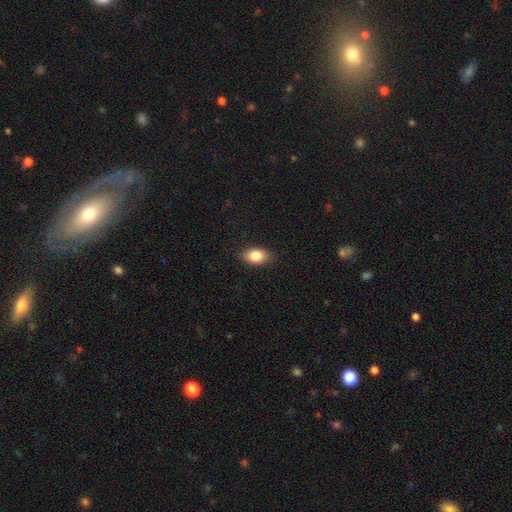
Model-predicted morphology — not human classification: Smooth or featured?
  - smooth: 83% *
  - featured or disk: 9%
  - star or artifact: 8%
How rounded?
  - in between: 84% *
  - round: 14%
  - cigar-shaped: 2%
Merging?
  - none: 85% *
  - minor disturbance: 11%
  - major disturbance: 2%
  - merger: 1%